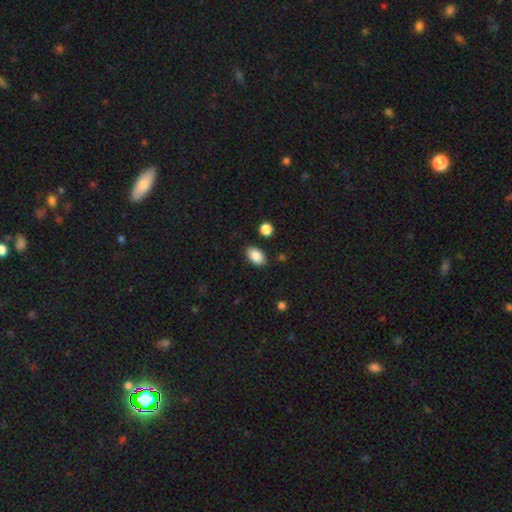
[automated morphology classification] A smooth galaxy with no disk features (87%) that is in between round and cigar-shaped (91%). Merging: none (85%).